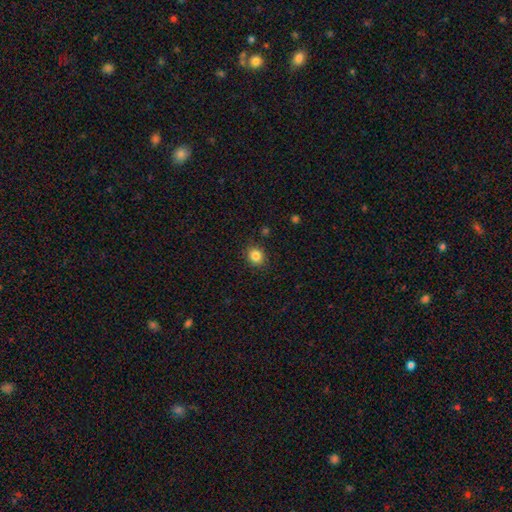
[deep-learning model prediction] Morphology: type=smooth (84%); roundness=round (77%); merging=none (88%).